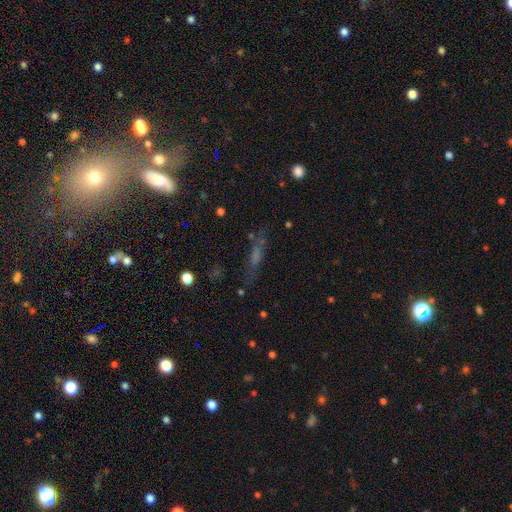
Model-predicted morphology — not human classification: The model was most divided on "smooth or featured": smooth: 39%, featured or disk: 34%, star or artifact: 26%. More confident: merging — none (70%).